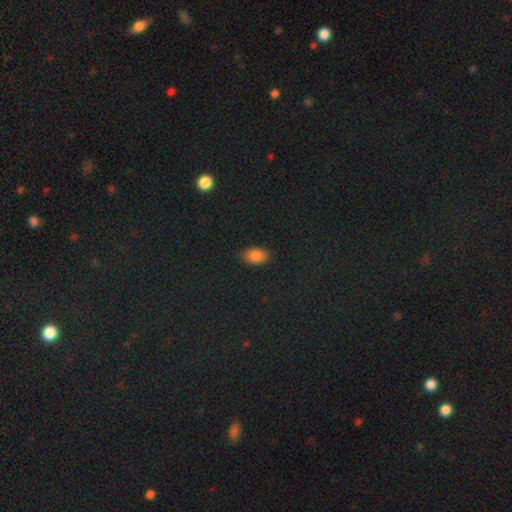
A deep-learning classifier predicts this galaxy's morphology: Smooth or featured? Predicted: smooth (p=0.83). How rounded? Predicted: in between (p=0.88). Merging? Predicted: none (p=0.86).